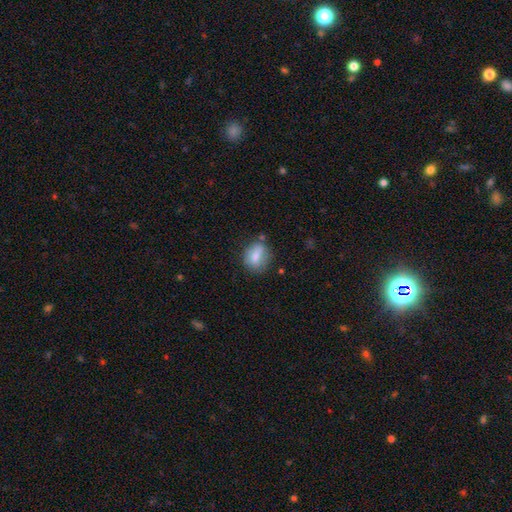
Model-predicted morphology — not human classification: This appears to be a smooth galaxy with no disk features (75%) that is in between round and cigar-shaped (51%). Merging: none (67%).